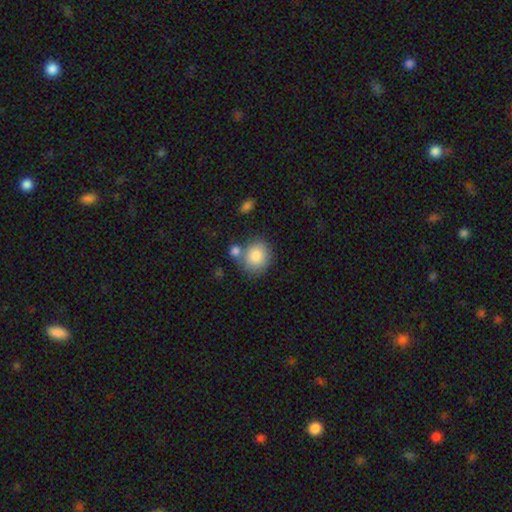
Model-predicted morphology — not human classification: type=smooth (84%); roundness=round (72%); merging=none (58%).